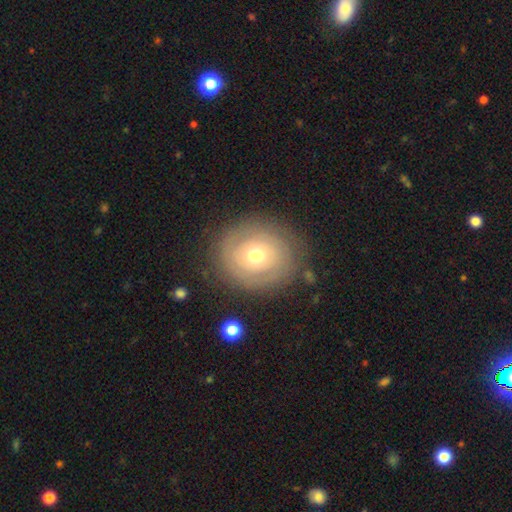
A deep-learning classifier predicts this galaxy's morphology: Overall: featured or disk (59%; smooth 33%). Edge-on disk: no (97%). Bar: no (84%). Spiral arms: yes (62%; no 38%). Bulge size: moderate (60%; small 33%). Merging: none (81%).